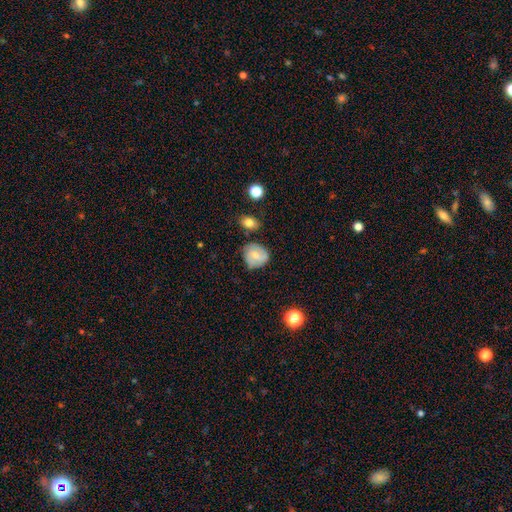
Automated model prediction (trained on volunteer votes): smooth 50%, featured or disk 42%, star or artifact 8%. Down the decision tree: merging — none (68%).